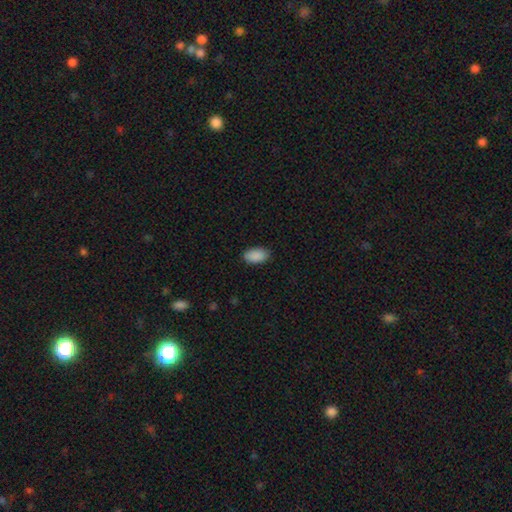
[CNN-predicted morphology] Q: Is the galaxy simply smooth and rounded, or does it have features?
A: smooth — 90%.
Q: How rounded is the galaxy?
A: in between — 94%.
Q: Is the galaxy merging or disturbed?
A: none — 86%.